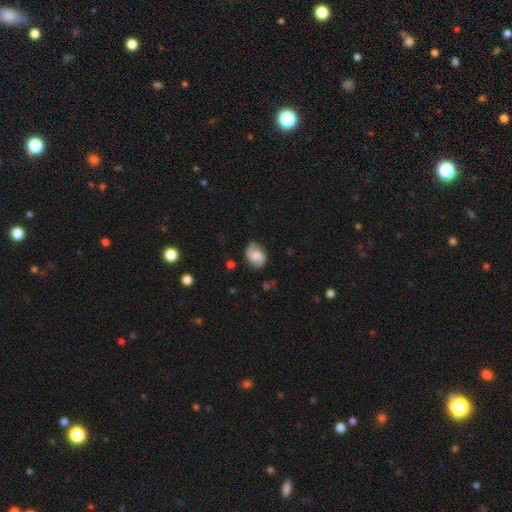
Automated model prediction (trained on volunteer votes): This is possibly a smooth galaxy (50%). How rounded: likely in between (69%). Merging: likely none (73%).